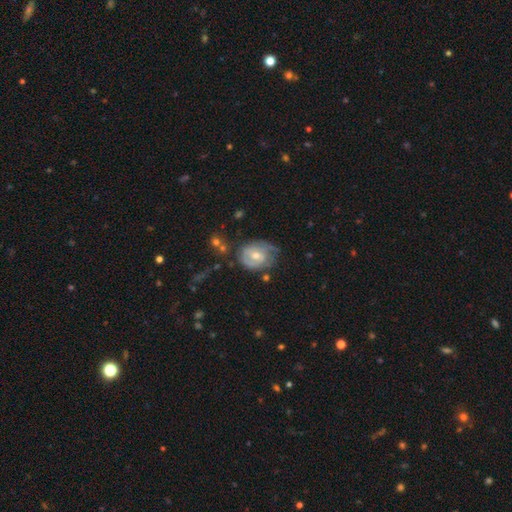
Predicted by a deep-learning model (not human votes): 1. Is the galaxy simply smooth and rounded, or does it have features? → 67% featured or disk, 27% smooth, 6% star or artifact.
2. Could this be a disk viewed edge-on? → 97% no, 3% yes.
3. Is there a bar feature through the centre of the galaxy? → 51% no, 41% weak, 8% strong.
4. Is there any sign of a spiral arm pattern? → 76% yes, 24% no.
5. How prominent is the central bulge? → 64% moderate, 29% small, 4% large, 2% none, 1% dominant.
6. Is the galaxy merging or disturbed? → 51% none, 29% minor disturbance, 15% major disturbance, 4% merger.